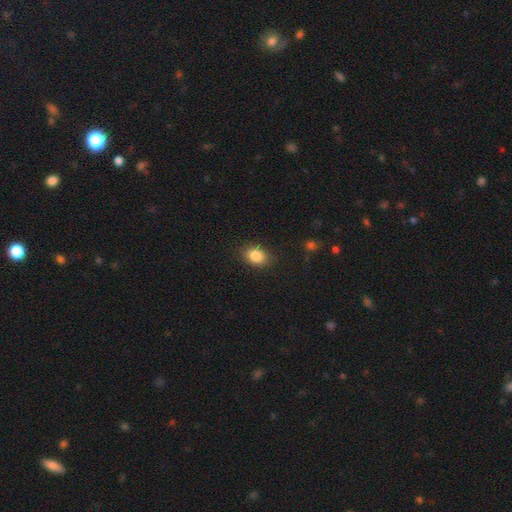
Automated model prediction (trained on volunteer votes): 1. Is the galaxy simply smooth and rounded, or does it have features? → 87% smooth, 9% star or artifact, 5% featured or disk.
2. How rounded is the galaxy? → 73% in between, 26% round, 1% cigar-shaped.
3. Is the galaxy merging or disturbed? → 83% none, 12% minor disturbance, 3% major disturbance, 1% merger.